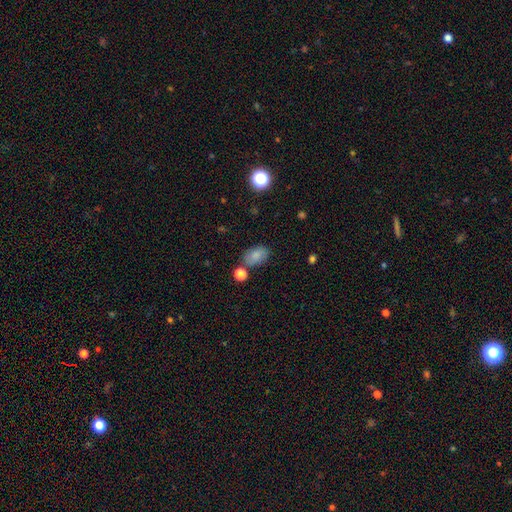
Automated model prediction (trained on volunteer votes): Smooth or featured?
  - smooth: 82% *
  - star or artifact: 9%
  - featured or disk: 9%
How rounded?
  - in between: 90% *
  - round: 9%
  - cigar-shaped: 2%
Merging?
  - none: 74% *
  - minor disturbance: 15%
  - merger: 8%
  - major disturbance: 4%